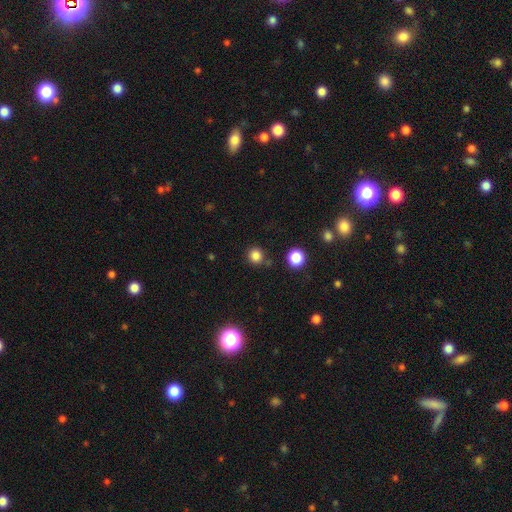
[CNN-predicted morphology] type=smooth (82%); roundness=round (92%); merging=none (83%).